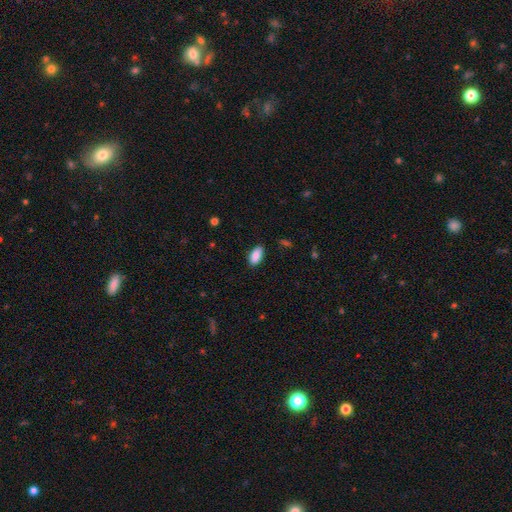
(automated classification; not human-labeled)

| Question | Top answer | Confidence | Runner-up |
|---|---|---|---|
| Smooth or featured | smooth | 89% | star or artifact (7%) |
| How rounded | in between | 93% | cigar-shaped (4%) |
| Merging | none | 86% | minor disturbance (11%) |